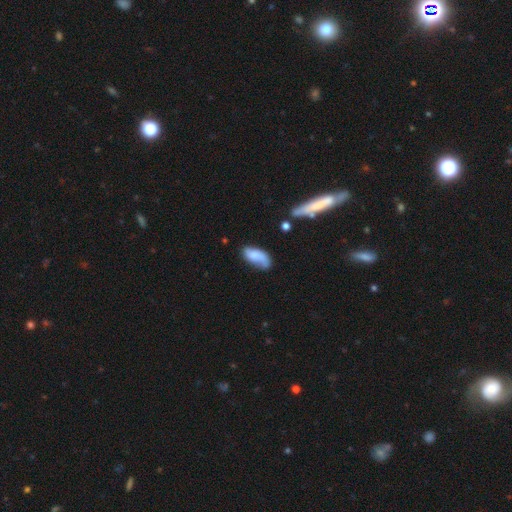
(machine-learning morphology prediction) Q: Smooth or featured?
A: smooth (68%); runner-up: featured or disk (24%)
Q: How rounded?
A: in between (89%); runner-up: cigar-shaped (8%)
Q: Merging?
A: none (48%); runner-up: minor disturbance (31%)